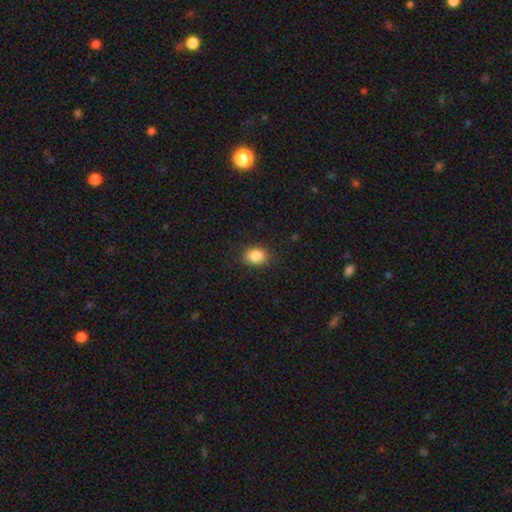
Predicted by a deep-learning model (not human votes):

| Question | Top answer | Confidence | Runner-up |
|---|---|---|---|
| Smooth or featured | smooth | 87% | star or artifact (9%) |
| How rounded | in between | 68% | round (31%) |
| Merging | none | 87% | minor disturbance (10%) |